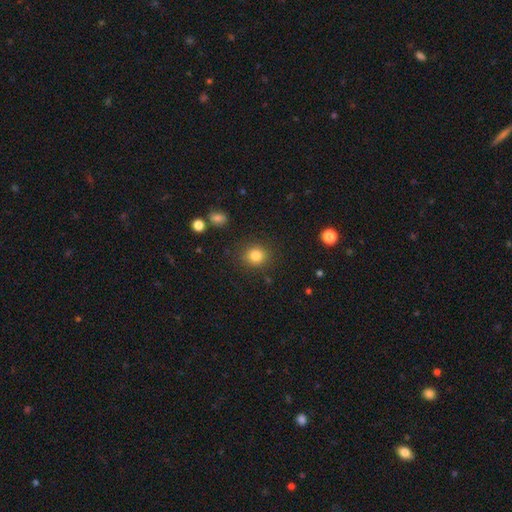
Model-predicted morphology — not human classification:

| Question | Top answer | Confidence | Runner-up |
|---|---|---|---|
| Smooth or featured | smooth | 83% | star or artifact (12%) |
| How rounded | round | 86% | in between (13%) |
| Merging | none | 87% | minor disturbance (8%) |